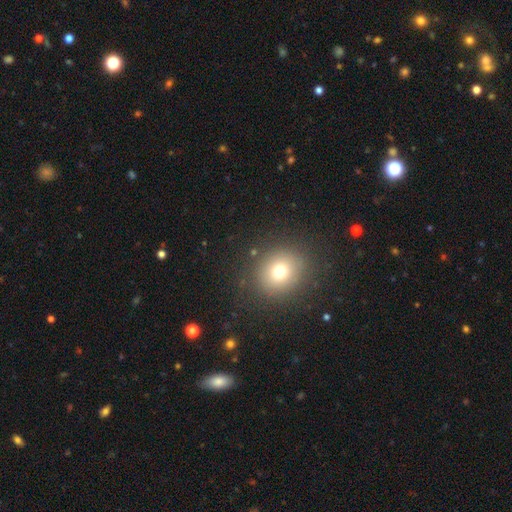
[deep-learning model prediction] Morphology: type=smooth (70%); roundness=round (78%); merging=none (89%).